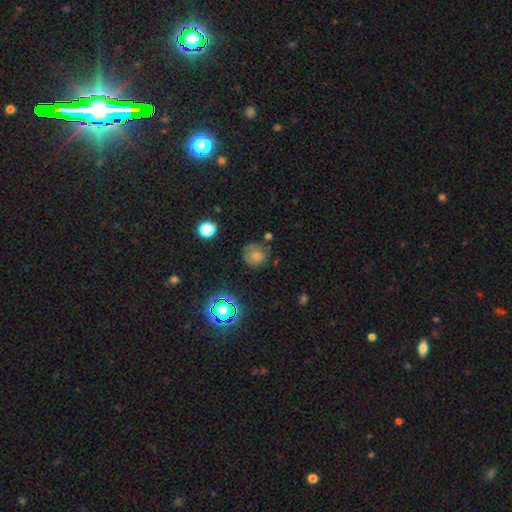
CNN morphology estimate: Overall: smooth (64%). How rounded: round (85%). Merging: none (63%; minor disturbance 24%).